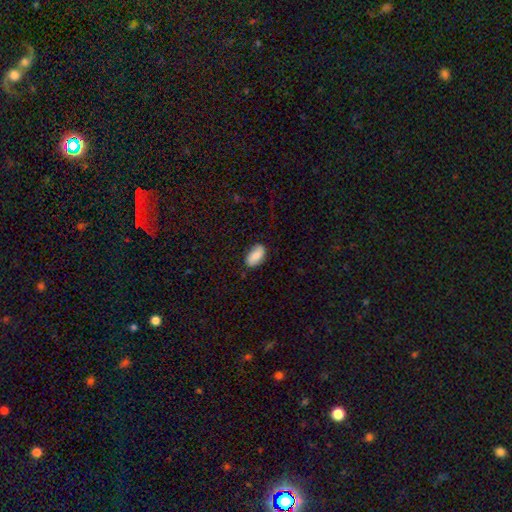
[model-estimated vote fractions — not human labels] smooth 79%, featured or disk 14%, star or artifact 7%. Down the decision tree: how rounded — in between (93%); merging — none (82%).